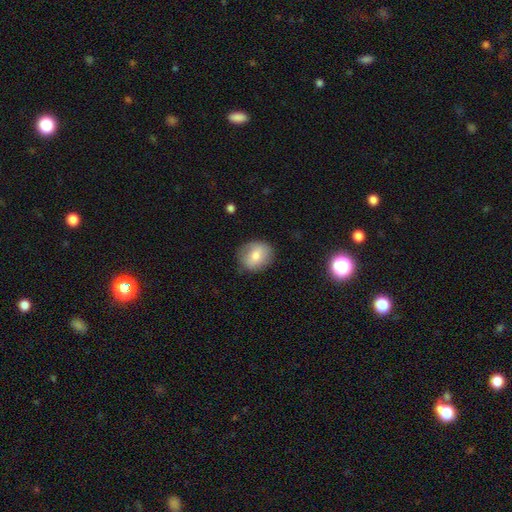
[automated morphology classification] Overall: smooth (73%). How rounded: round (63%; in between 36%). Merging: none (81%).